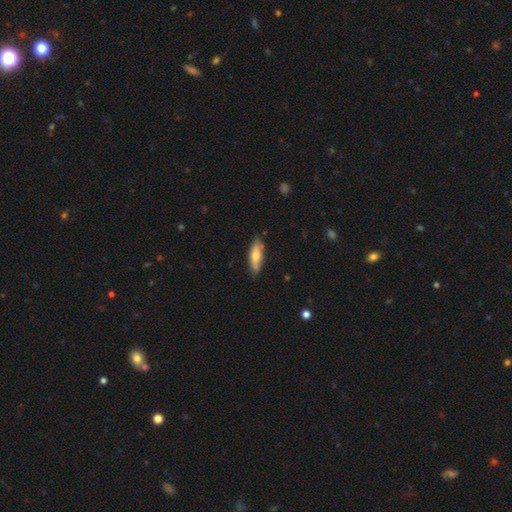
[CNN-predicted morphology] Smooth or featured? Predicted: smooth (p=0.63). How rounded? Predicted: cigar-shaped (p=0.54). Merging? Predicted: none (p=0.82).